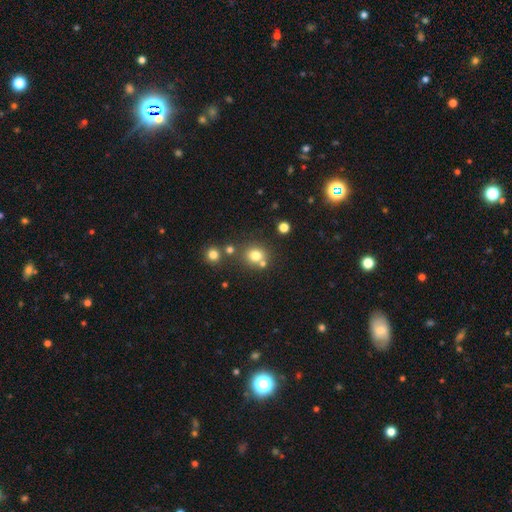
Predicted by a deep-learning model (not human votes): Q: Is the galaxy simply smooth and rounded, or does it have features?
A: smooth — 75%.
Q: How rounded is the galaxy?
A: round — 80%.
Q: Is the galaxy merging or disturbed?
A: none — 67%.